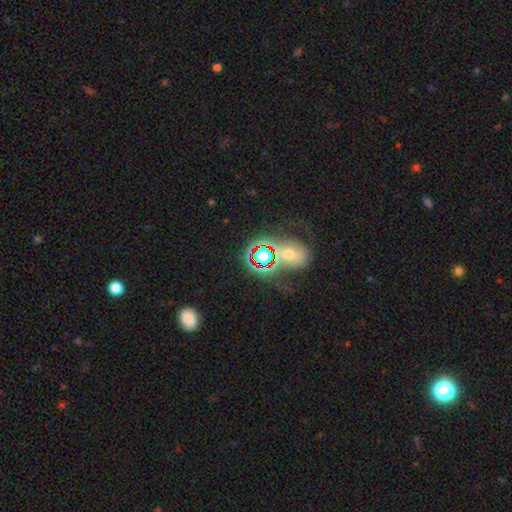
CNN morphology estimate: Smooth or featured?
  - smooth: 37% *
  - star or artifact: 34%
  - featured or disk: 29%
Merging?
  - merger: 42% *
  - none: 39%
  - minor disturbance: 10%
  - major disturbance: 9%